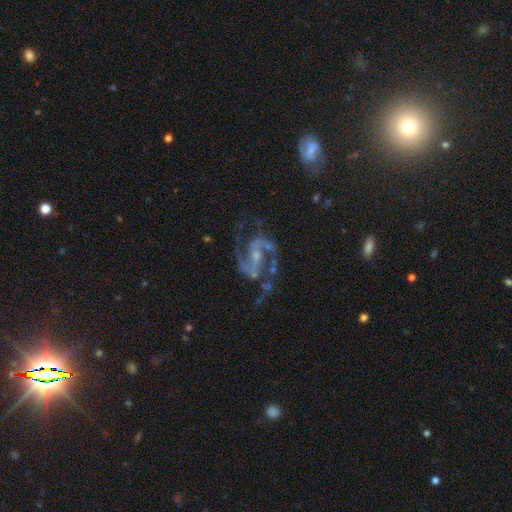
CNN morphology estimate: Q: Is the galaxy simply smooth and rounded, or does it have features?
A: featured or disk — 92%.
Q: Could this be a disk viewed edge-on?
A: no — 98%.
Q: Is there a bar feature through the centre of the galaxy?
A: weak — 44%.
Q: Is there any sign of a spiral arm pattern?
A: yes — 98%.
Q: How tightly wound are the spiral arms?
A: medium — 65%.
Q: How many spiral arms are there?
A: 2 — 92%.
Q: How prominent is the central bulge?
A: small — 59%.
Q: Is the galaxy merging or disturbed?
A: none — 66%.